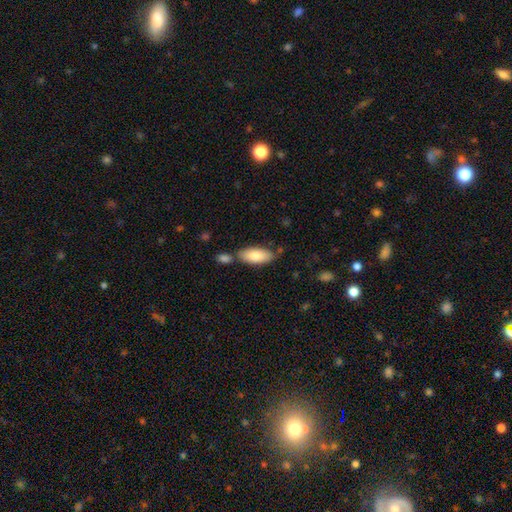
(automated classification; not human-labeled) Q: Smooth or featured?
A: smooth (82%); runner-up: featured or disk (12%)
Q: How rounded?
A: in between (84%); runner-up: cigar-shaped (14%)
Q: Merging?
A: none (68%); runner-up: minor disturbance (15%)